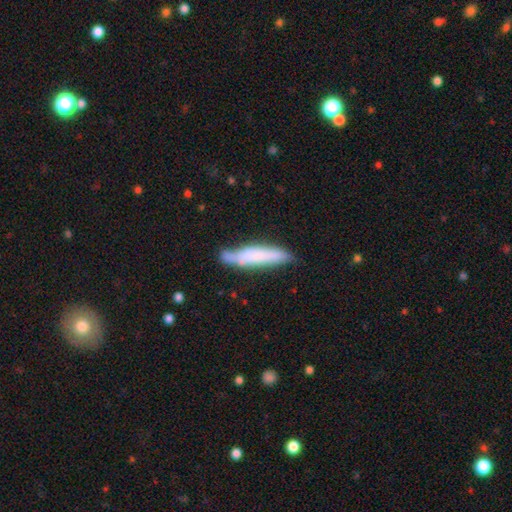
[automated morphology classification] Smooth or featured? smooth (66%)
How rounded? cigar-shaped (83%)
Merging? none (66%)